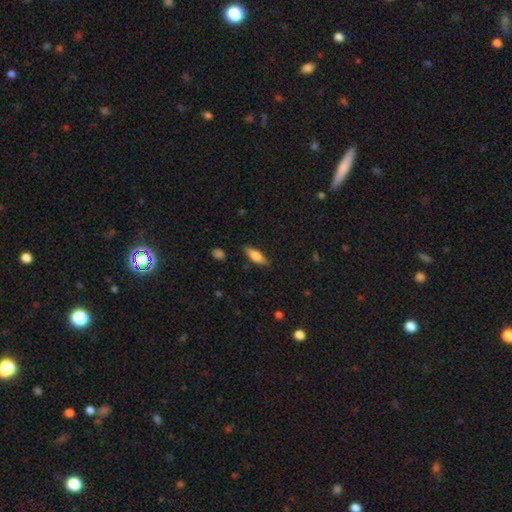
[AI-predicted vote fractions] A smooth galaxy with no disk features (58%) that is in between round and cigar-shaped (54%). Merging: none (85%).